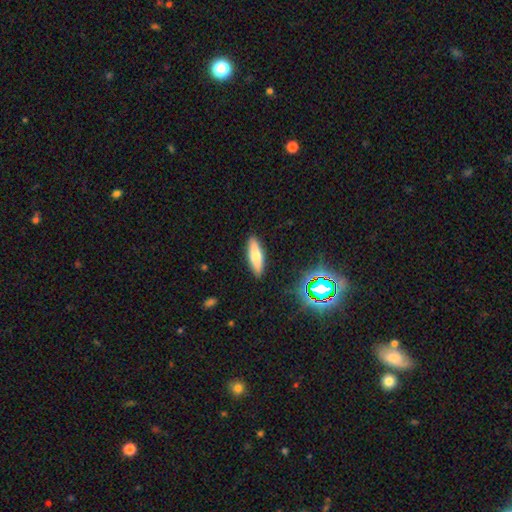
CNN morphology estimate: smooth_or_featured: smooth (p=0.67) [alt: featured or disk p=0.25]
how_rounded: cigar-shaped (p=0.61) [alt: in between p=0.37]
merging: none (p=0.89) [alt: minor disturbance p=0.08]